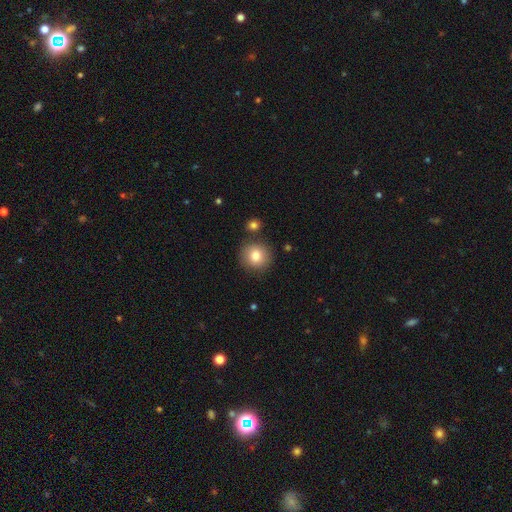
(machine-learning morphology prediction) type=smooth (82%); roundness=round (92%); merging=none (84%).